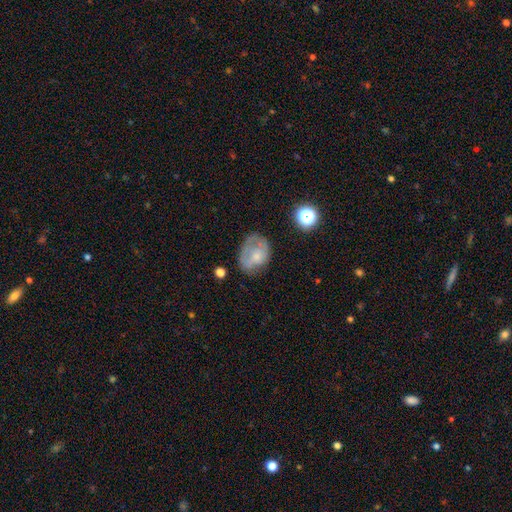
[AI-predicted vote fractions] Smooth or featured?
  - smooth: 50% *
  - featured or disk: 40%
  - star or artifact: 10%
How rounded?
  - in between: 61% *
  - round: 37%
  - cigar-shaped: 1%
Merging?
  - none: 48% *
  - minor disturbance: 29%
  - major disturbance: 20%
  - merger: 3%